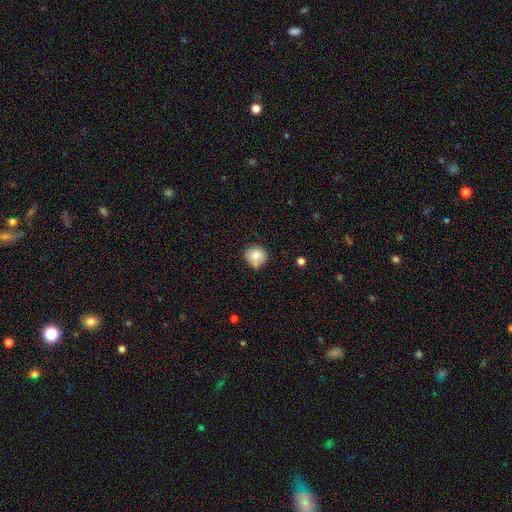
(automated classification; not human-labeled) smooth 79%, featured or disk 11%, star or artifact 9%. Down the decision tree: how rounded — round (81%); merging — none (60%).